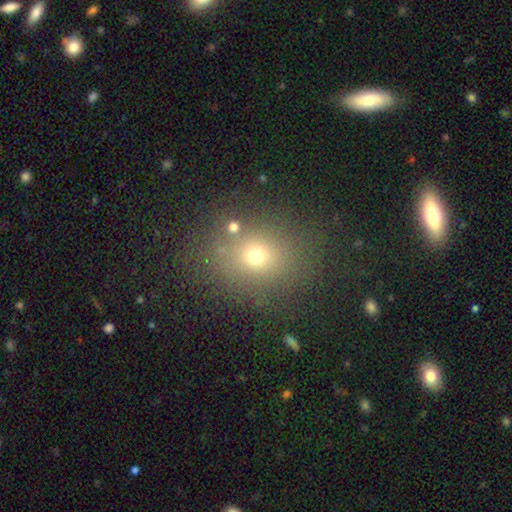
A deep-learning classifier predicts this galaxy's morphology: smooth-or-featured: smooth: 67% | star or artifact: 22% | featured or disk: 12%
  how-rounded: round: 64% | in between: 34% | cigar-shaped: 1%
  merging: none: 78% | minor disturbance: 12% | major disturbance: 6% | merger: 5%